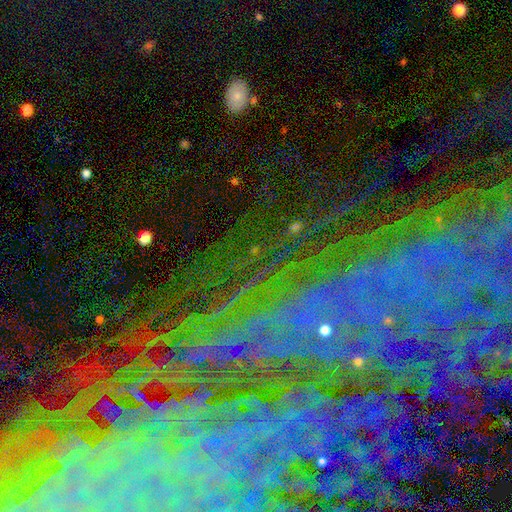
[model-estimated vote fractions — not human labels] Smooth or featured? Predicted: star or artifact (p=0.60).